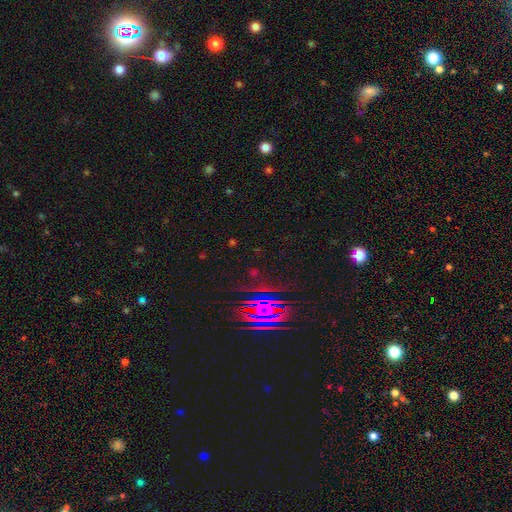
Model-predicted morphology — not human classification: type=star or artifact (76%).